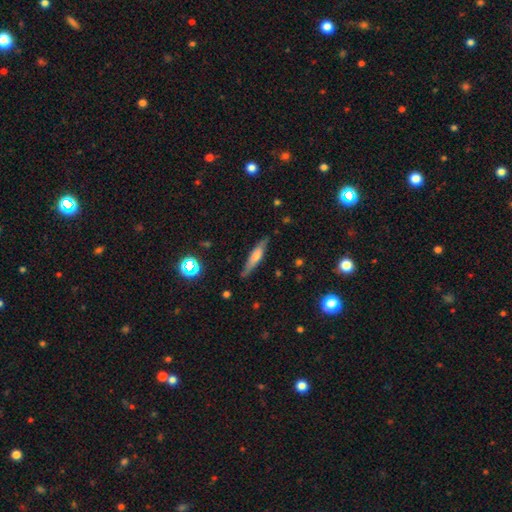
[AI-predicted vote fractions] Q: Smooth or featured?
A: smooth (47%); runner-up: featured or disk (44%)
Q: Merging?
A: none (82%); runner-up: minor disturbance (14%)